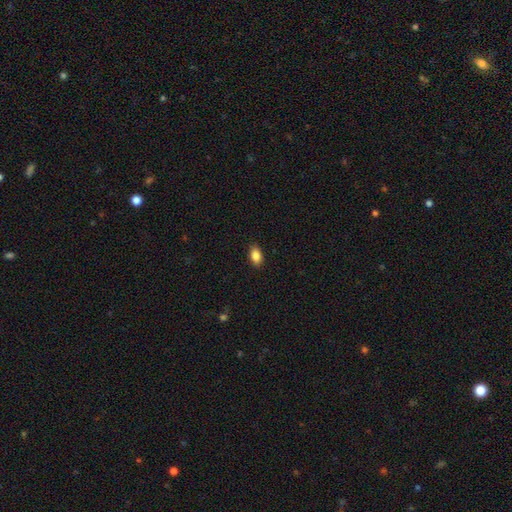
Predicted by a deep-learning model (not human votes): smooth-or-featured: smooth: 87% | star or artifact: 8% | featured or disk: 5%
  how-rounded: in between: 90% | round: 8% | cigar-shaped: 2%
  merging: none: 89% | minor disturbance: 8% | major disturbance: 2% | merger: 1%